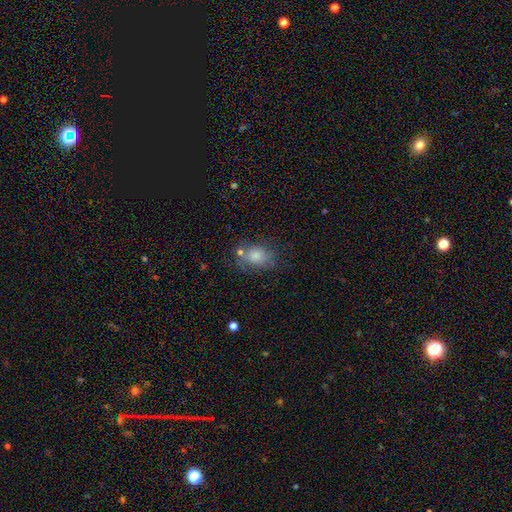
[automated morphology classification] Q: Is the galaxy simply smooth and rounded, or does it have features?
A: smooth — 77%.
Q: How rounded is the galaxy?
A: in between — 67%.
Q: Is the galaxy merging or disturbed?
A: none — 55%.